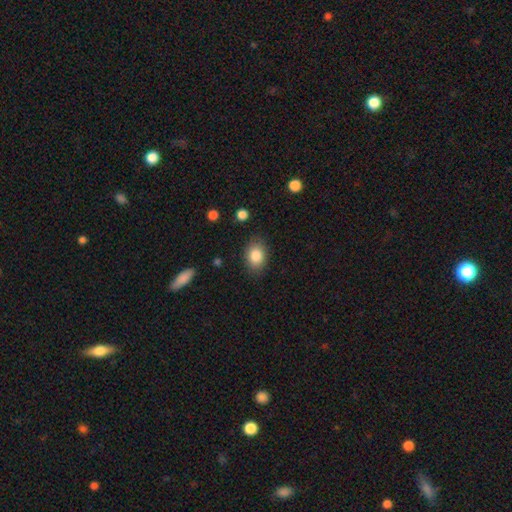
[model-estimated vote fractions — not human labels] smooth_or_featured: smooth (p=0.85) [alt: star or artifact p=0.08]
how_rounded: in between (p=0.71) [alt: round p=0.28]
merging: none (p=0.83) [alt: minor disturbance p=0.12]